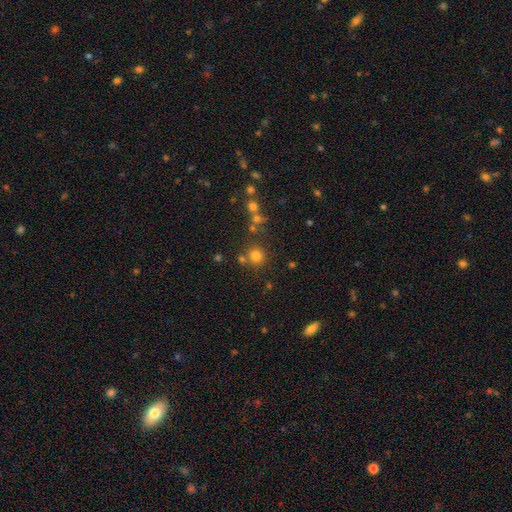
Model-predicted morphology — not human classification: This appears to be a smooth galaxy with no disk features (75%) that is round (90%). Merging: none (74%).